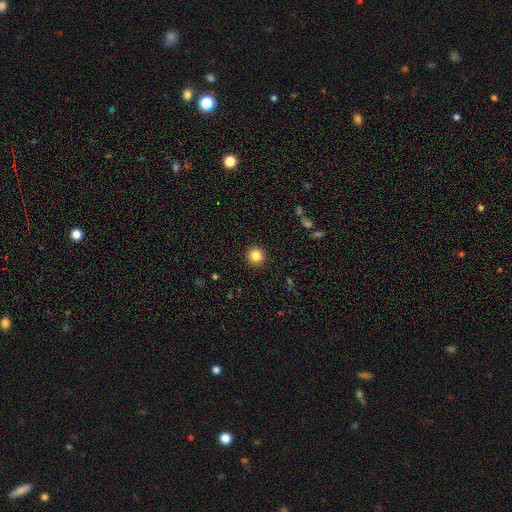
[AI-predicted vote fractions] Overall: smooth (84%). How rounded: round (95%). Merging: none (92%).